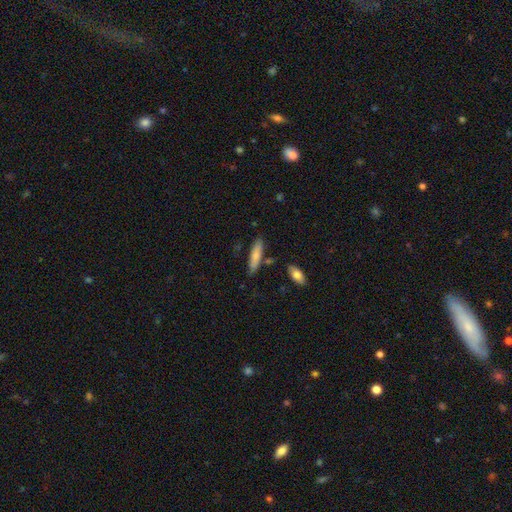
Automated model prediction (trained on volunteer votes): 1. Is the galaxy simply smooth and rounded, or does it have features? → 77% smooth, 17% featured or disk, 6% star or artifact.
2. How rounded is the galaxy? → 73% cigar-shaped, 25% in between, 2% round.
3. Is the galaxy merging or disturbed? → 77% none, 15% minor disturbance, 5% merger, 3% major disturbance.